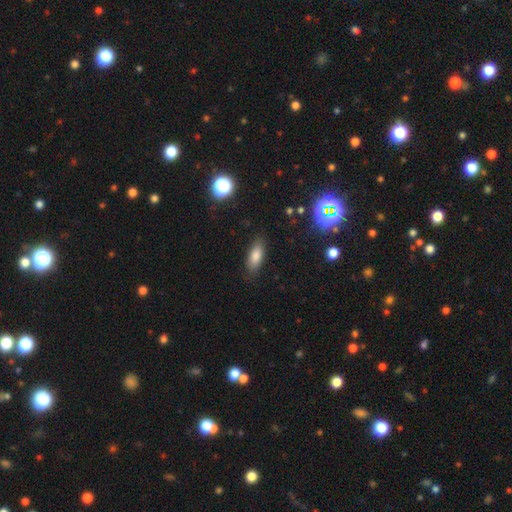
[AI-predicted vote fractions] A smooth galaxy with no disk features (81%) that is in between round and cigar-shaped (76%).

Vote fractions:
- Smooth or featured? smooth: 81% / featured or disk: 10% / star or artifact: 9%
- How rounded? in between: 76% / cigar-shaped: 21% / round: 3%
- Merging? none: 84% / minor disturbance: 12% / major disturbance: 3% / merger: 1%